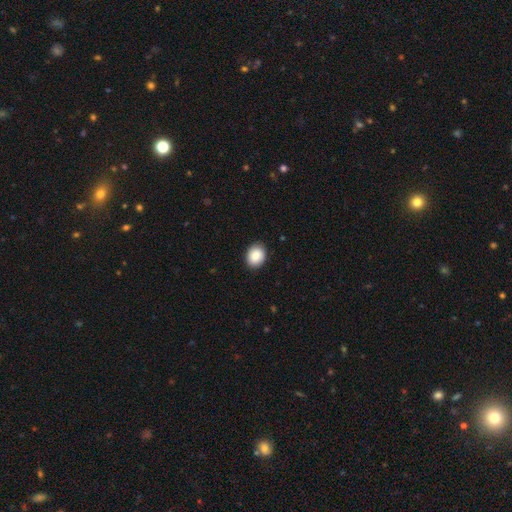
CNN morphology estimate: A smooth galaxy with no disk features (87%) that is in between round and cigar-shaped (51%). Merging: none (89%).